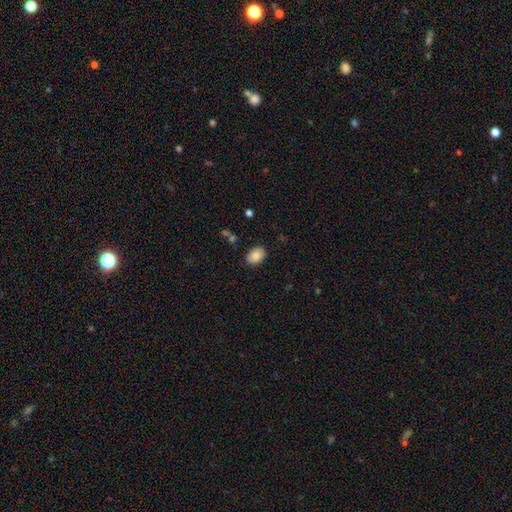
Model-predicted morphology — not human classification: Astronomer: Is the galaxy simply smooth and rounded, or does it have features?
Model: smooth — 86%.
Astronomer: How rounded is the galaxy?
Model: in between — 81%.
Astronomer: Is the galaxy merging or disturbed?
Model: none — 84%.